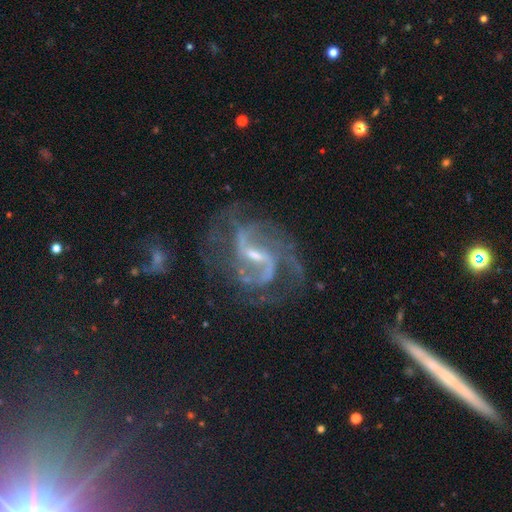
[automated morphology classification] Smooth or featured?
  - featured or disk: 91% *
  - star or artifact: 6%
  - smooth: 3%
Edge-on disk?
  - no: 98% *
  - yes: 2%
Bar?
  - weak: 51% *
  - strong: 37%
  - no: 12%
Spiral arms?
  - yes: 97% *
  - no: 3%
Spiral winding?
  - medium: 55% *
  - loose: 28%
  - tight: 17%
Spiral arm count?
  - 2: 69% *
  - 3: 12%
  - can't tell: 9%
  - 4: 4%
  - 1: 4%
  - more than 4: 3%
Bulge size?
  - small: 61% *
  - moderate: 31%
  - none: 6%
  - large: 2%
  - dominant: 1%
Merging?
  - none: 61% *
  - minor disturbance: 19%
  - major disturbance: 17%
  - merger: 3%